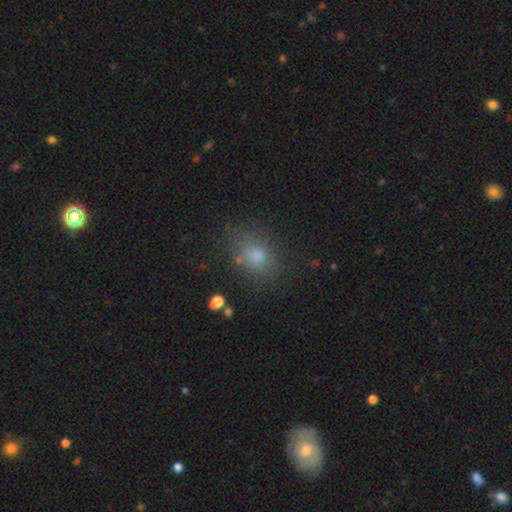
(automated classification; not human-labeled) smooth_or_featured: smooth (p=0.77) [alt: star or artifact p=0.14]
how_rounded: in between (p=0.57) [alt: round p=0.41]
merging: none (p=0.74) [alt: minor disturbance p=0.16]